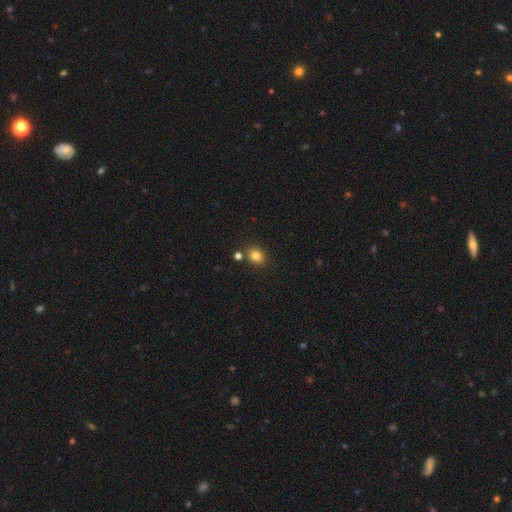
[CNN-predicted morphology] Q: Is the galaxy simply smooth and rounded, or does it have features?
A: smooth — 81%.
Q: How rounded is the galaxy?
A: round — 59%.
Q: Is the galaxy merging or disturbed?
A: none — 80%.